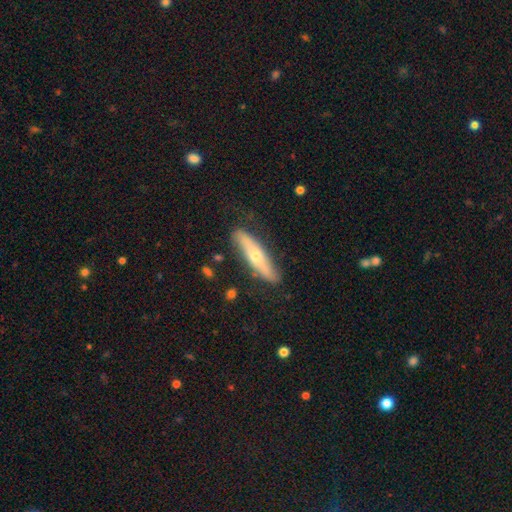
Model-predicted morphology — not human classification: Overall: featured or disk (51%; smooth 43%). Edge-on disk: yes (70%; no 30%). Merging: none (81%).